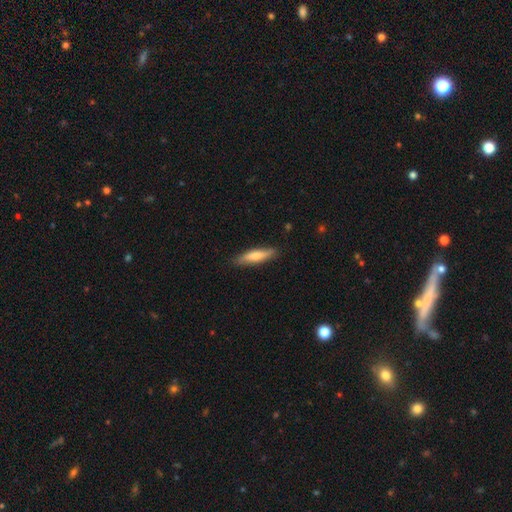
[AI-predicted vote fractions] Q: Smooth or featured?
A: smooth (70%); runner-up: featured or disk (25%)
Q: How rounded?
A: cigar-shaped (78%); runner-up: in between (21%)
Q: Merging?
A: none (85%); runner-up: minor disturbance (12%)